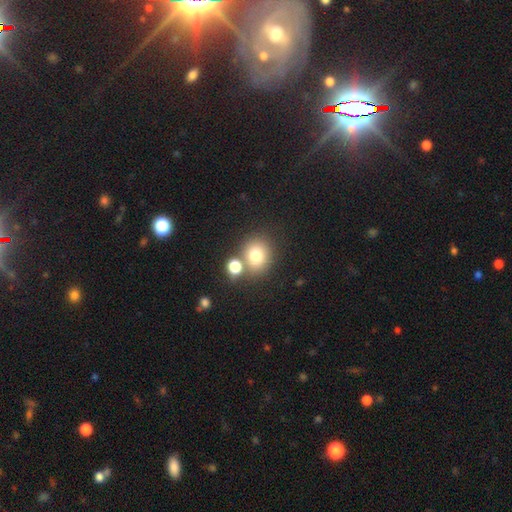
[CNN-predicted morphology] A smooth galaxy with no disk features (76%) that is round (75%).

Vote fractions:
- Smooth or featured? smooth: 76% / star or artifact: 13% / featured or disk: 10%
- How rounded? round: 75% / in between: 24% / cigar-shaped: 1%
- Merging? none: 64% / merger: 23% / minor disturbance: 9% / major disturbance: 4%